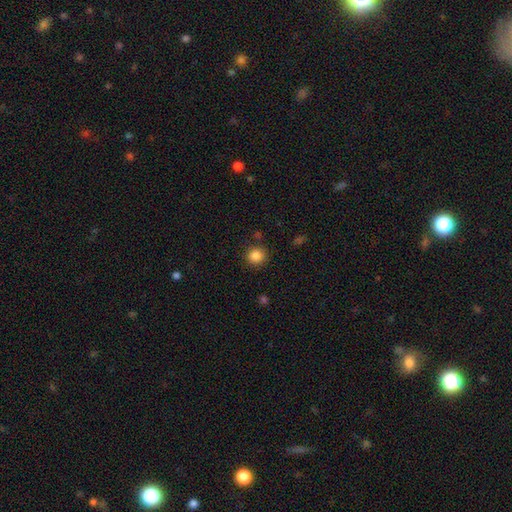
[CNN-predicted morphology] A smooth galaxy with no disk features (85%) that is round (92%). Merging: none (86%).